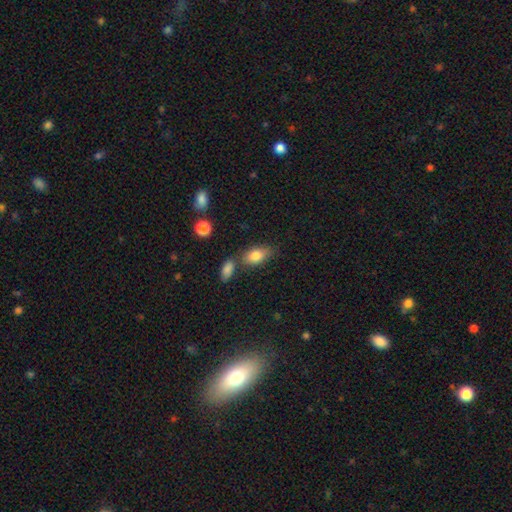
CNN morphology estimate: type=smooth (81%); roundness=in between (88%); merging=none (64%).